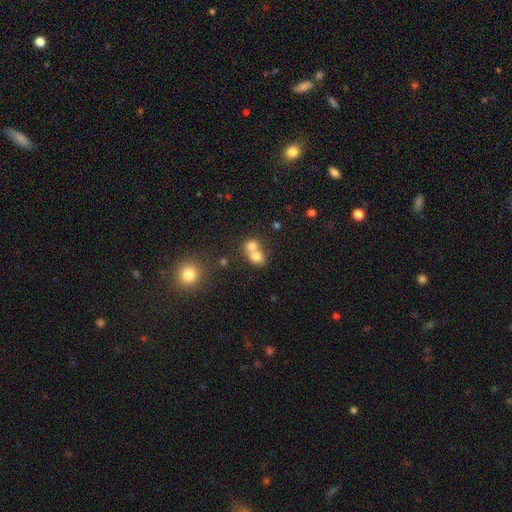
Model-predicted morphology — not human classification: Overall: smooth (74%). How rounded: round (63%; in between 36%). Merging: merger (66%).